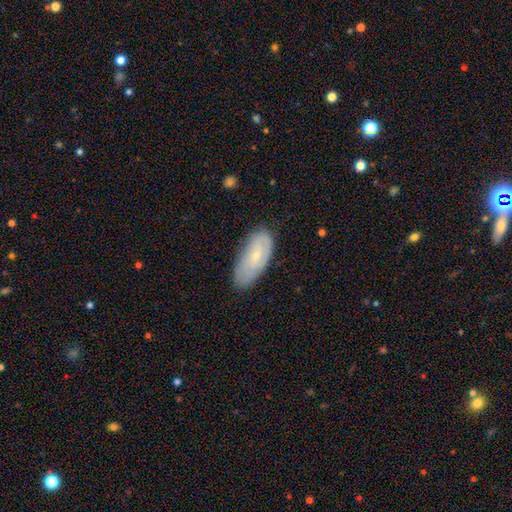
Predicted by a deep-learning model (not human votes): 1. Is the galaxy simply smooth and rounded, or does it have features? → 51% smooth, 42% featured or disk, 7% star or artifact.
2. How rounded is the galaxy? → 84% in between, 13% cigar-shaped, 3% round.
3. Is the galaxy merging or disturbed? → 74% none, 20% minor disturbance, 4% major disturbance, 1% merger.